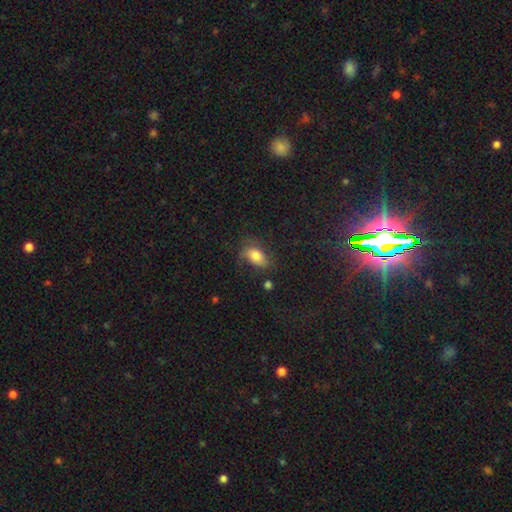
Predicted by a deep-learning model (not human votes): This is likely a smooth galaxy (72%). How rounded: clearly in between (89%). Merging: possibly none (53%).